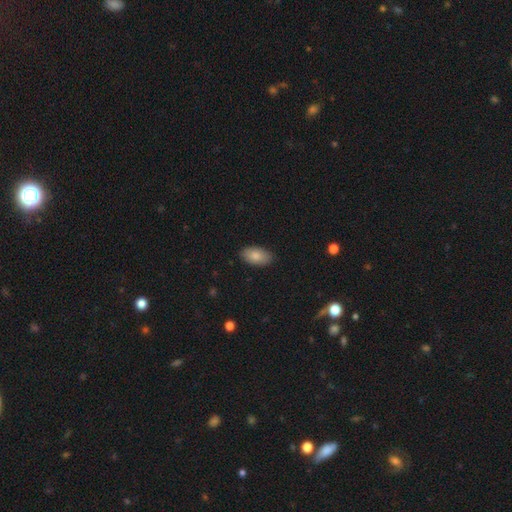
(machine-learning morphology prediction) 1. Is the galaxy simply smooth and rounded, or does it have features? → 84% smooth, 10% featured or disk, 7% star or artifact.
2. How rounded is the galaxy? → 94% in between, 4% round, 2% cigar-shaped.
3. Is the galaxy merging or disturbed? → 87% none, 10% minor disturbance, 2% major disturbance, 1% merger.